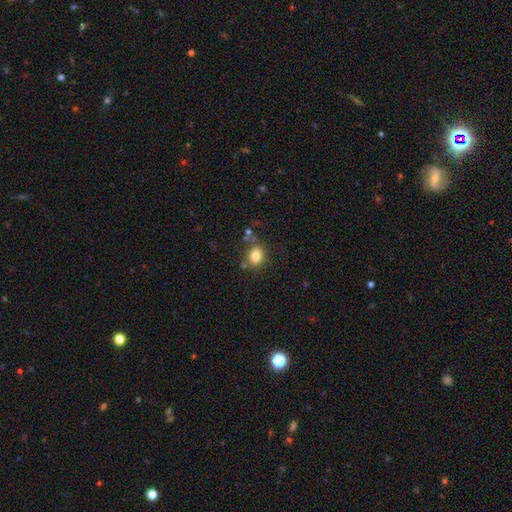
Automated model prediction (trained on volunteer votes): smooth 82%, star or artifact 11%, featured or disk 8%. Down the decision tree: how rounded — round (50%); merging — none (75%).